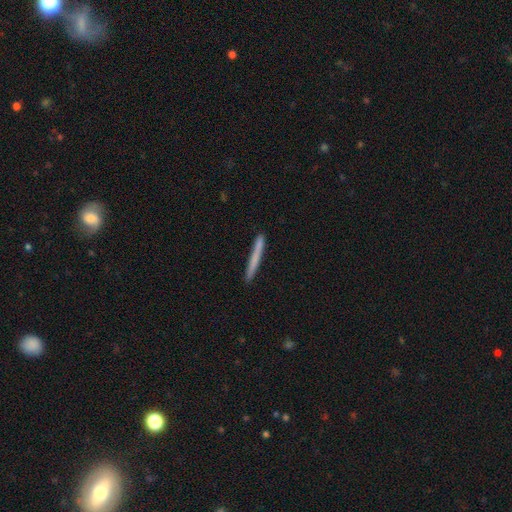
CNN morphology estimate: Smooth or featured? smooth (68%)
How rounded? cigar-shaped (97%)
Merging? none (91%)